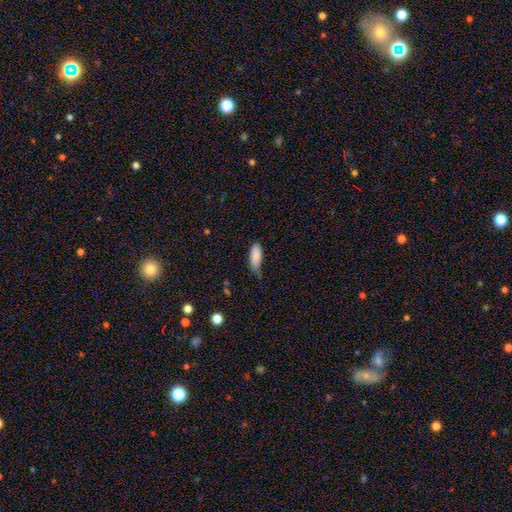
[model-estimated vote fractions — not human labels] smooth-or-featured: smooth: 87% | star or artifact: 7% | featured or disk: 6%
  how-rounded: in between: 77% | cigar-shaped: 21% | round: 2%
  merging: minor disturbance: 46% | none: 41% | major disturbance: 10% | merger: 3%